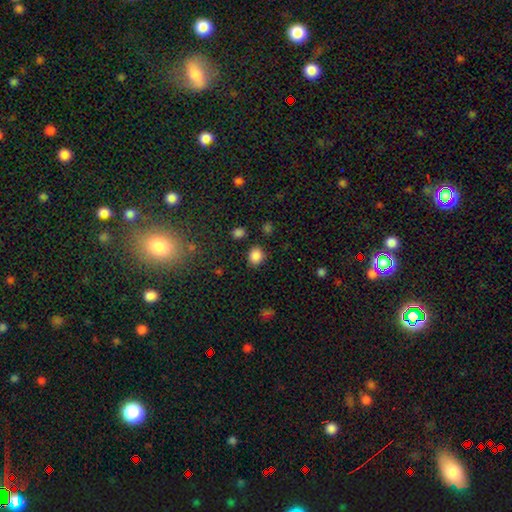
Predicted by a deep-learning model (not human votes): A smooth galaxy with no disk features (85%) that is round (59%). Merging: none (83%).